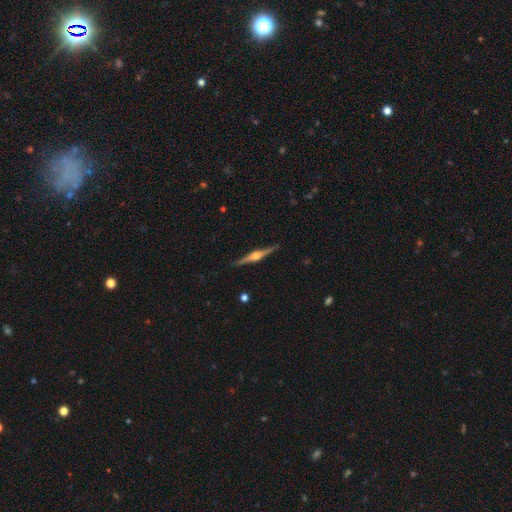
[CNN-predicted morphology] Smooth or featured? Predicted: featured or disk (p=0.84). Edge-on disk? Predicted: yes (p=0.98). Edge-on bulge? Predicted: rounded (p=0.91). Merging? Predicted: none (p=0.90).